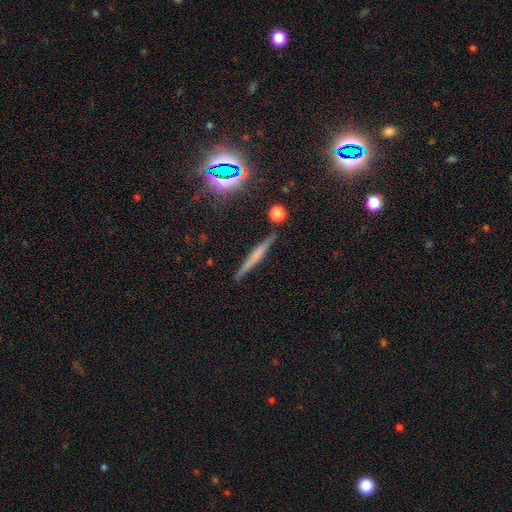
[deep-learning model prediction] This appears to be a smooth galaxy with no disk features (42%, tied with featured or disk). Merging: none (87%).